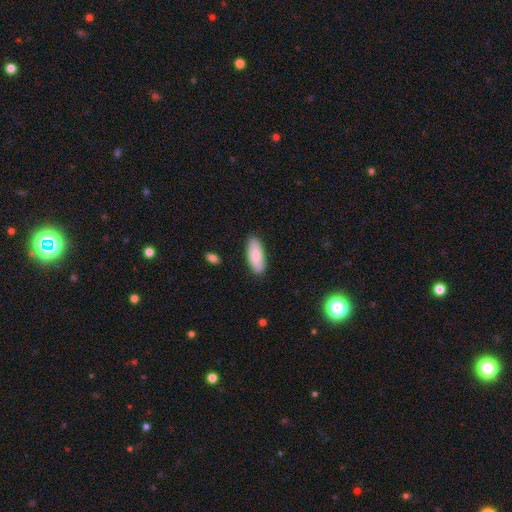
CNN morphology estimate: This is clearly a smooth galaxy (83%). How rounded: clearly in between (81%). Merging: clearly none (86%).